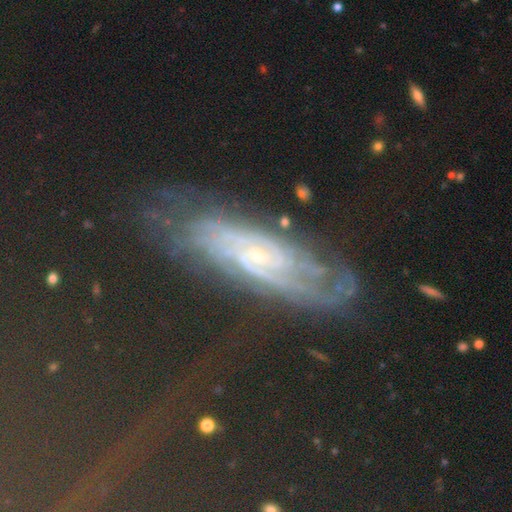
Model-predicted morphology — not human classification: This appears to be a featured or disk galaxy (60%). Merging: none (74%).